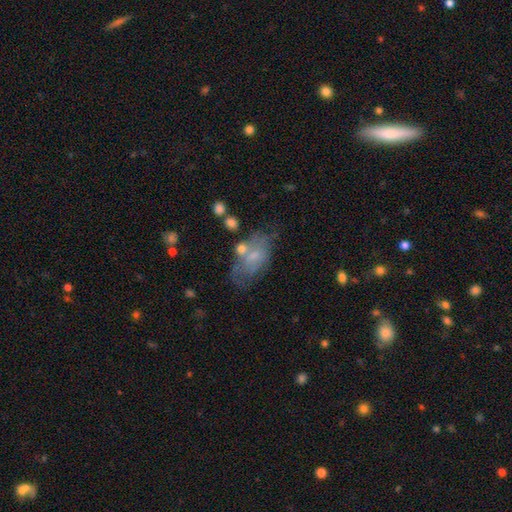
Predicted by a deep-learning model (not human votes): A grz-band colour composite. It shows a smooth galaxy with no disk features (50%) that is in between round and cigar-shaped (89%). Merging: none (40%).